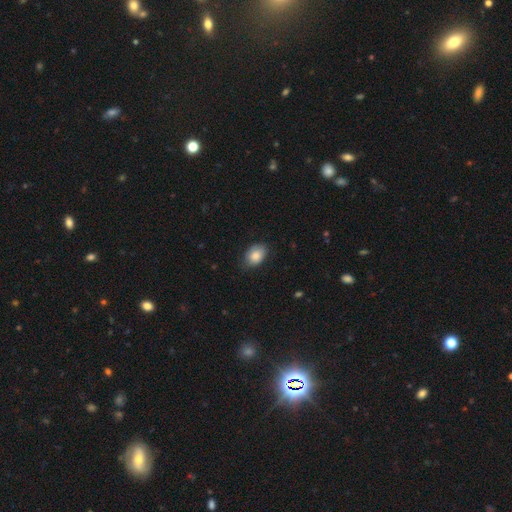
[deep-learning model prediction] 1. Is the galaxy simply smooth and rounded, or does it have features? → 85% smooth, 8% featured or disk, 7% star or artifact.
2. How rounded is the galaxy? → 81% in between, 18% round, 1% cigar-shaped.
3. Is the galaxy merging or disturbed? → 73% none, 22% minor disturbance, 4% major disturbance, 1% merger.